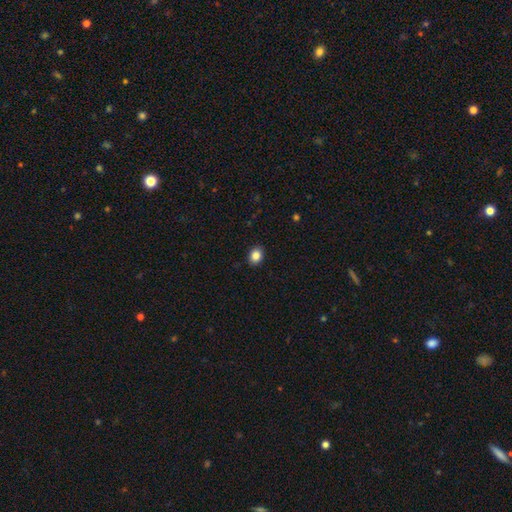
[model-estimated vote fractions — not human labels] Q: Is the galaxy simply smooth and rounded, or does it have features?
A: smooth — 86%.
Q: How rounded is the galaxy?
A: in between — 52%.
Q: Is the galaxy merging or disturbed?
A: none — 90%.